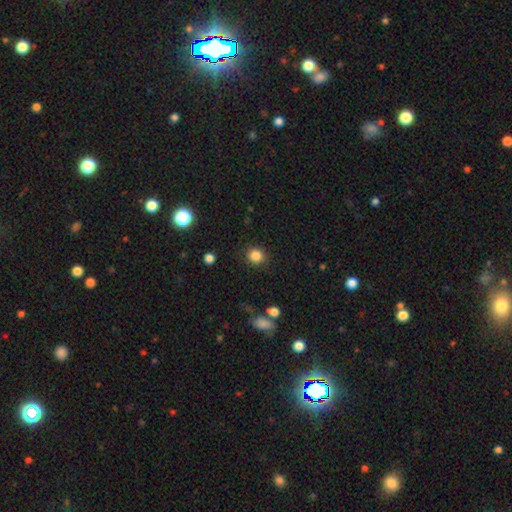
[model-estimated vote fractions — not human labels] This is clearly a smooth galaxy (85%). How rounded: clearly round (88%). Merging: clearly none (88%).